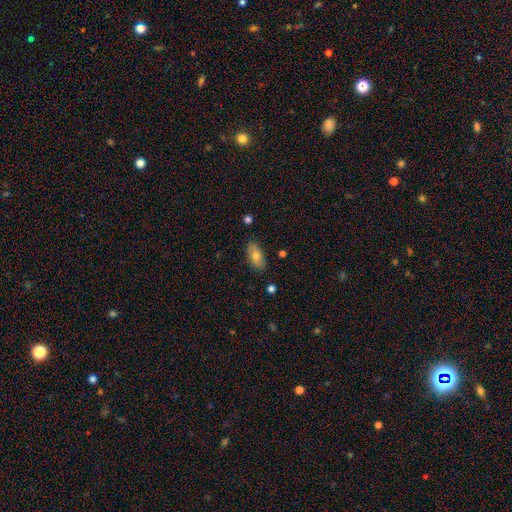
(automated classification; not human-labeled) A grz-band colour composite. It shows a smooth galaxy with no disk features (74%) that is in between round and cigar-shaped (91%). Merging: none (84%).